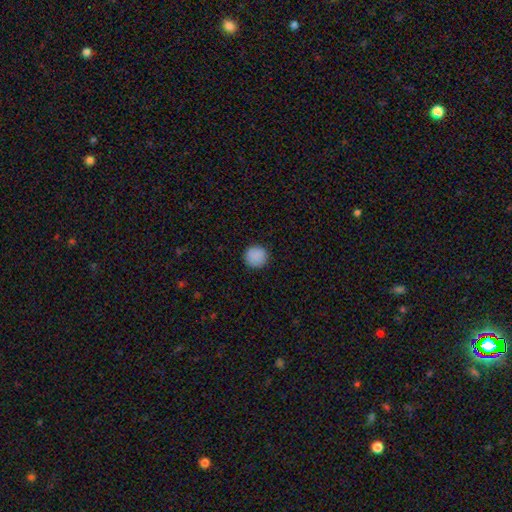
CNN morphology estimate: Smooth or featured?
  - smooth: 89% *
  - star or artifact: 8%
  - featured or disk: 3%
How rounded?
  - round: 95% *
  - in between: 4%
  - cigar-shaped: 1%
Merging?
  - none: 91% *
  - minor disturbance: 6%
  - major disturbance: 2%
  - merger: 1%